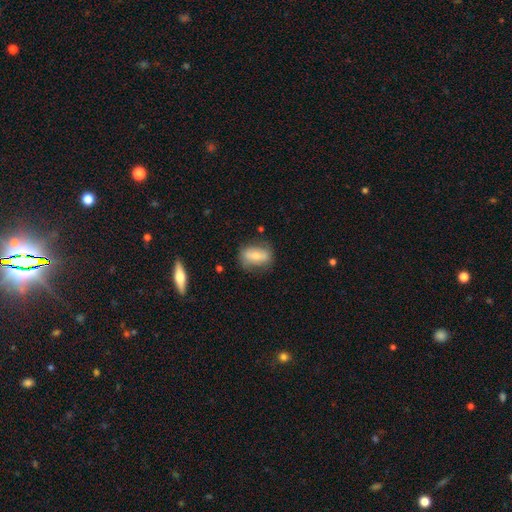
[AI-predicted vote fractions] A smooth galaxy with no disk features (60%) that is in between round and cigar-shaped (79%).

Vote fractions:
- Smooth or featured? smooth: 60% / featured or disk: 32% / star or artifact: 8%
- How rounded? in between: 79% / round: 16% / cigar-shaped: 5%
- Merging? none: 71% / minor disturbance: 20% / major disturbance: 6% / merger: 3%